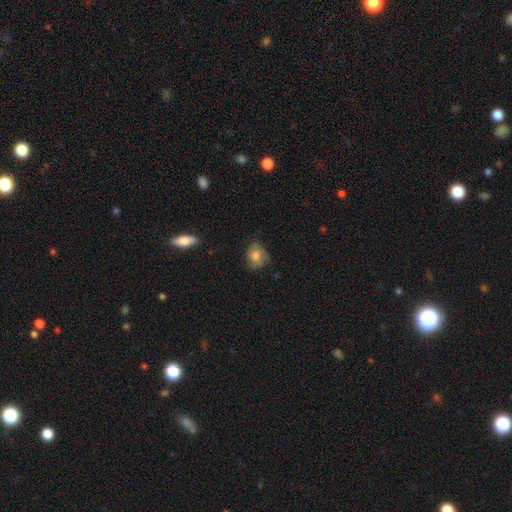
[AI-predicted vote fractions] smooth 72%, featured or disk 19%, star or artifact 9%. Down the decision tree: how rounded — round (53%); merging — none (57%).